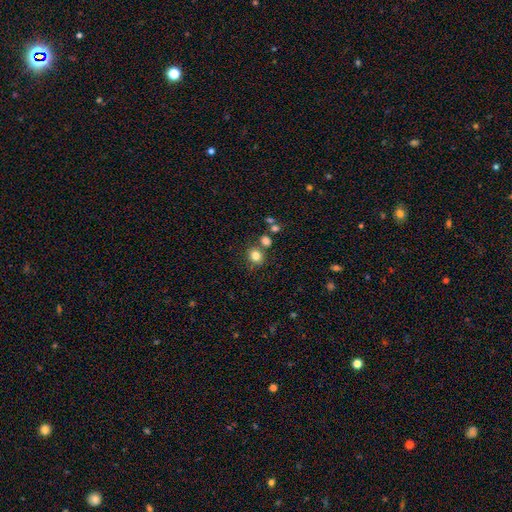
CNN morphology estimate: smooth_or_featured: smooth (p=0.81) [alt: star or artifact p=0.12]
how_rounded: round (p=0.75) [alt: in between p=0.24]
merging: none (p=0.72) [alt: merger p=0.13]